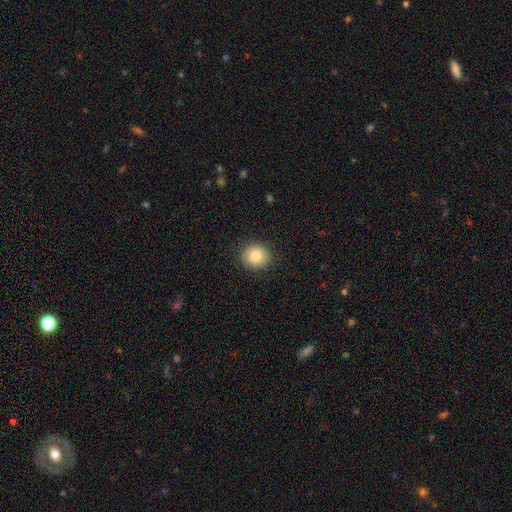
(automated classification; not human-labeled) Smooth or featured? smooth (83%)
How rounded? round (81%)
Merging? none (89%)